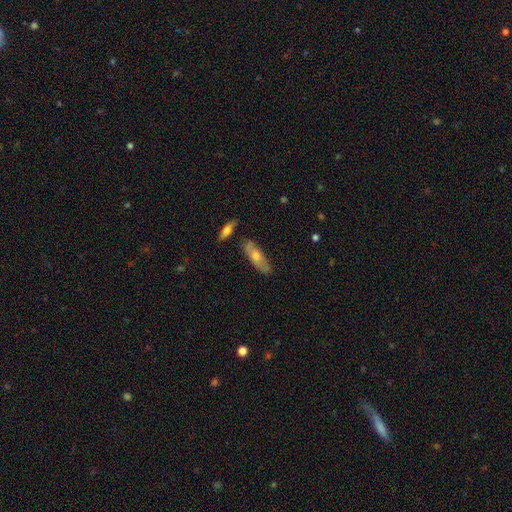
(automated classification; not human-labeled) This is possibly a featured or disk galaxy (47%). Merging: likely none (75%).